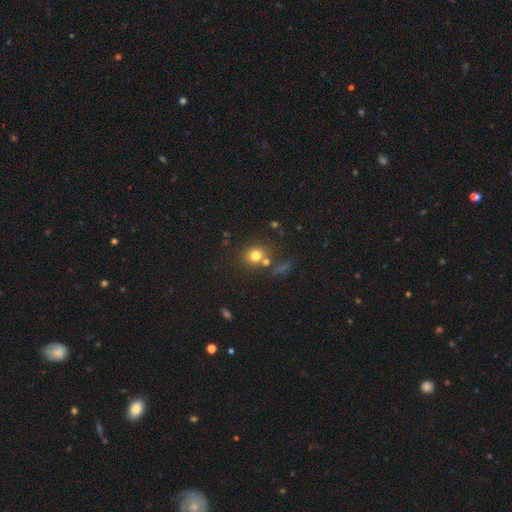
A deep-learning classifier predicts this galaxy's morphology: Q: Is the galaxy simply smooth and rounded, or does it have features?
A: smooth — 76%.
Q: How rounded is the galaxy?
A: round — 82%.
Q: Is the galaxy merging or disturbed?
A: none — 65%.